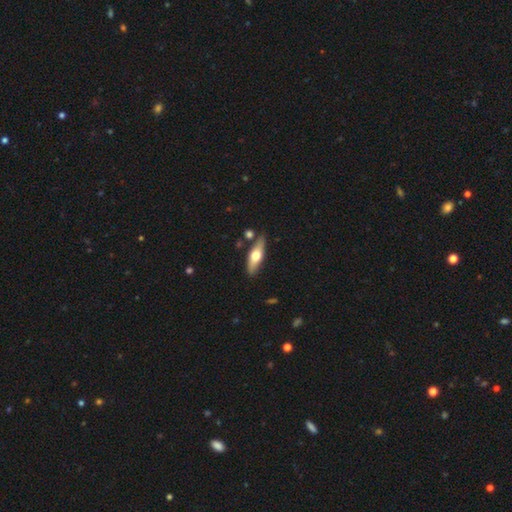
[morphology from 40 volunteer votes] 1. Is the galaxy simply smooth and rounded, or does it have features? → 50% smooth, 48% featured or disk, 2% star or artifact.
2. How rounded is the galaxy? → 55% cigar-shaped, 45% in between, 0% round.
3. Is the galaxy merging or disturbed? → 77% none, 15% minor disturbance, 5% merger, 3% major disturbance.